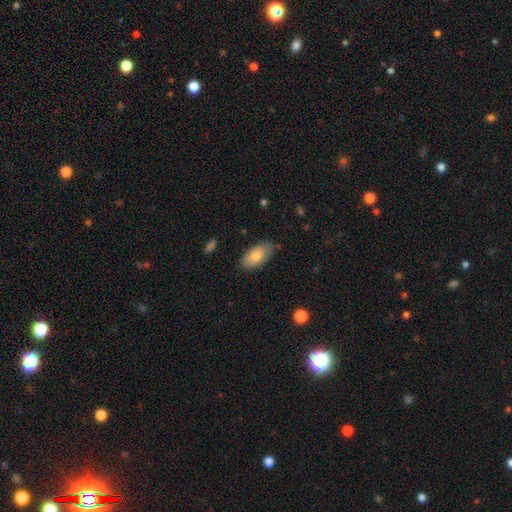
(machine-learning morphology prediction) smooth_or_featured: smooth (p=0.79) [alt: featured or disk p=0.15]
how_rounded: in between (p=0.93) [alt: cigar-shaped p=0.04]
merging: none (p=0.79) [alt: minor disturbance p=0.16]